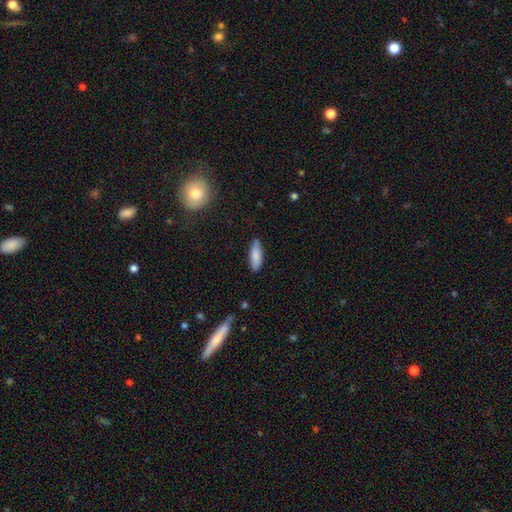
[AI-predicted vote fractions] Morphology: type=smooth (82%); roundness=in between (61%); merging=none (82%).